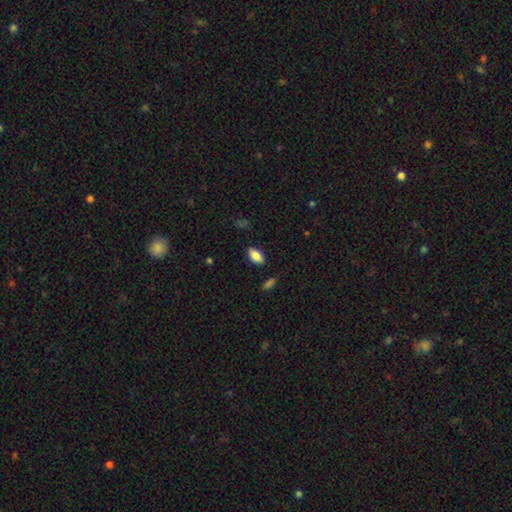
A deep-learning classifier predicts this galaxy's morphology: The model was most divided on "merging": none: 85%, minor disturbance: 11%, major disturbance: 3%, merger: 2%. More confident: how rounded — in between (92%); smooth or featured — smooth (85%).